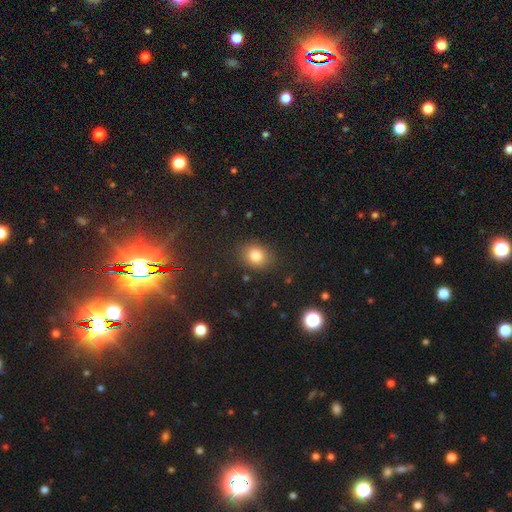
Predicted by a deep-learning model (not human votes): Smooth or featured?
  - smooth: 82% *
  - star or artifact: 11%
  - featured or disk: 7%
How rounded?
  - round: 57% *
  - in between: 42%
  - cigar-shaped: 1%
Merging?
  - none: 85% *
  - minor disturbance: 10%
  - major disturbance: 3%
  - merger: 2%